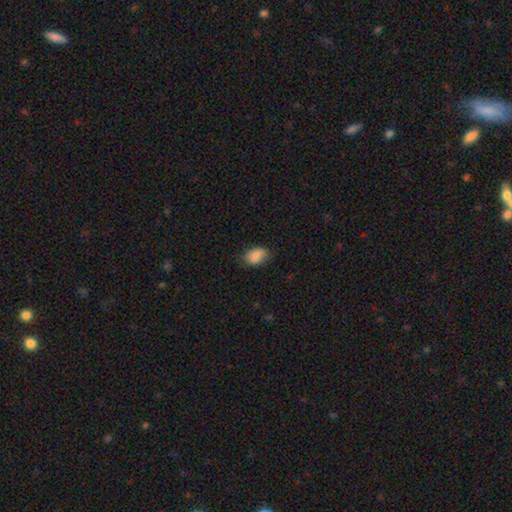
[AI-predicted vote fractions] This appears to be a smooth galaxy with no disk features (87%) that is in between round and cigar-shaped (87%). Merging: none (74%).